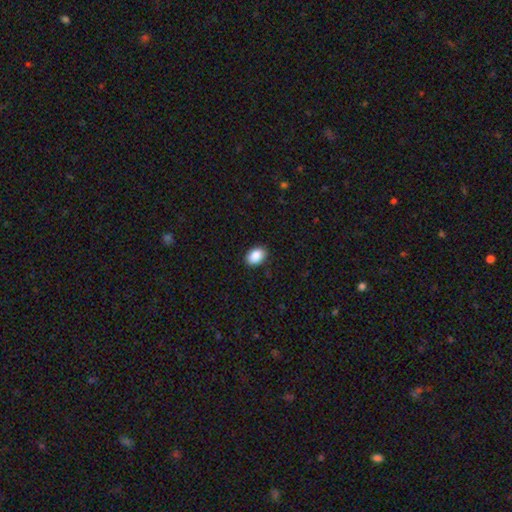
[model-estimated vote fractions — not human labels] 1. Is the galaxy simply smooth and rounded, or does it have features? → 89% smooth, 8% star or artifact, 3% featured or disk.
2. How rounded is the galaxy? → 83% in between, 16% round, 1% cigar-shaped.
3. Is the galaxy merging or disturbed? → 89% none, 8% minor disturbance, 2% major disturbance, 1% merger.